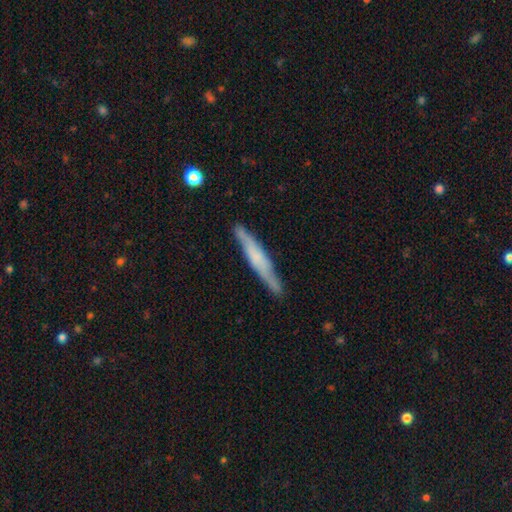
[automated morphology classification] featured or disk 52%, smooth 42%, star or artifact 6%. Down the decision tree: edge-on disk — yes (89%); merging — none (84%).